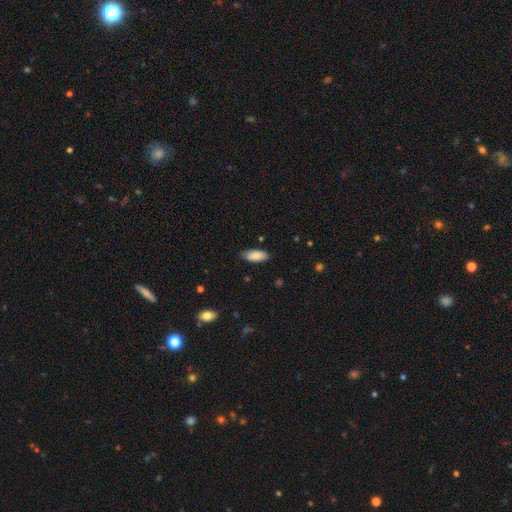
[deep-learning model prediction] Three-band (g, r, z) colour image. It shows a smooth galaxy with no disk features (86%) that is in between round and cigar-shaped (88%). Merging: none (83%).